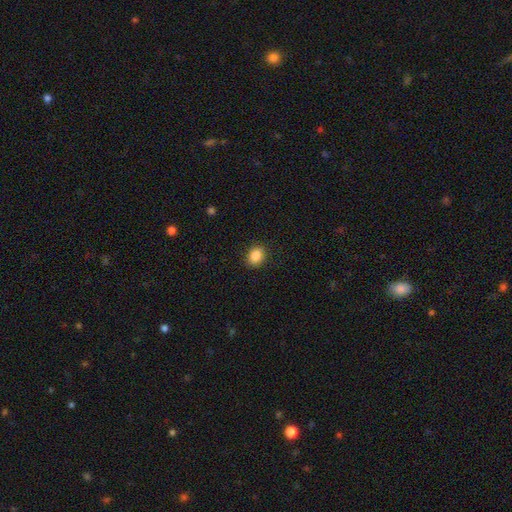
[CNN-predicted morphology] A smooth galaxy with no disk features (87%) that is in between round and cigar-shaped (58%). Merging: none (89%).